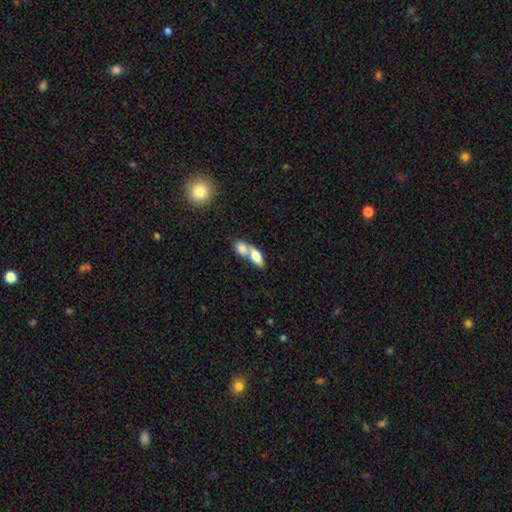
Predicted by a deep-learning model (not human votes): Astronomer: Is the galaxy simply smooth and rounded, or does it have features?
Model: smooth — 66%.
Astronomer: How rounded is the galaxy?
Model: in between — 72%.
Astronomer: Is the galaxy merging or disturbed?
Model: merger — 66%.